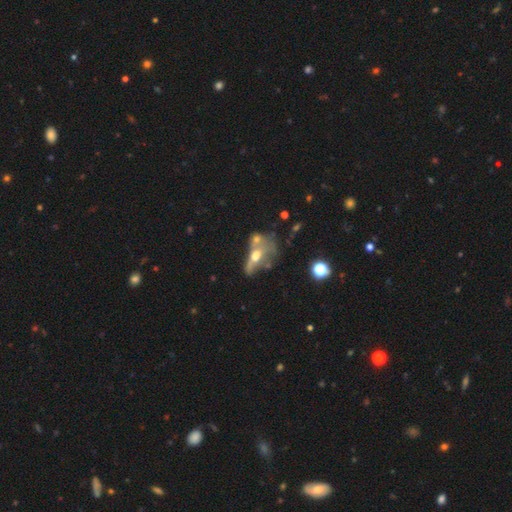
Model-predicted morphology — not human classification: Q: Smooth or featured?
A: featured or disk (51%); runner-up: smooth (36%)
Q: Edge-on disk?
A: no (84%); runner-up: yes (16%)
Q: Merging?
A: merger (44%); runner-up: major disturbance (28%)